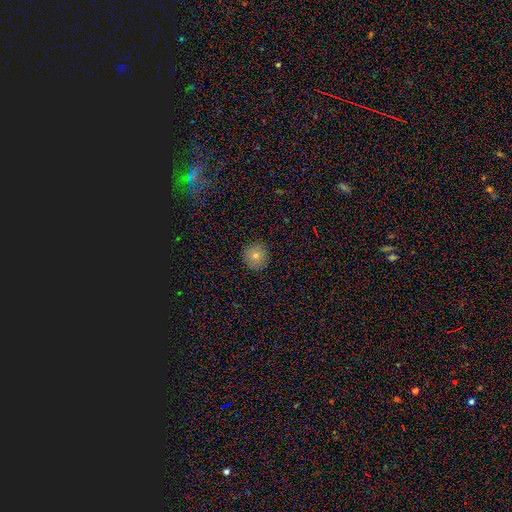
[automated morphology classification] A smooth galaxy with no disk features (75%) that is round (95%).

Vote fractions:
- Smooth or featured? smooth: 75% / star or artifact: 13% / featured or disk: 12%
- How rounded? round: 95% / in between: 4% / cigar-shaped: 1%
- Merging? none: 91% / minor disturbance: 6% / major disturbance: 2% / merger: 1%